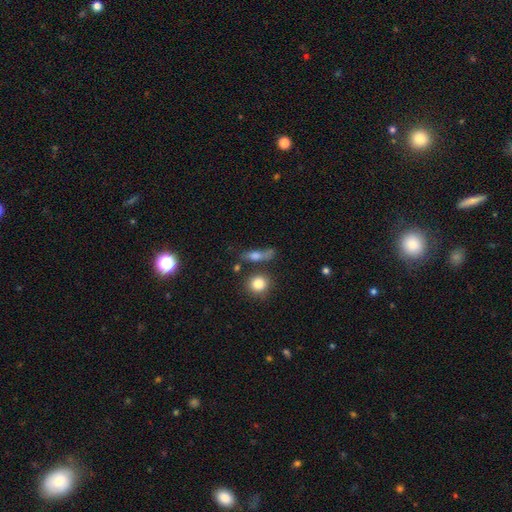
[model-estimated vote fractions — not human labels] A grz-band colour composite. It shows a smooth galaxy with no disk features (65%) that is cigar-shaped (42%). Merging: none (53%).